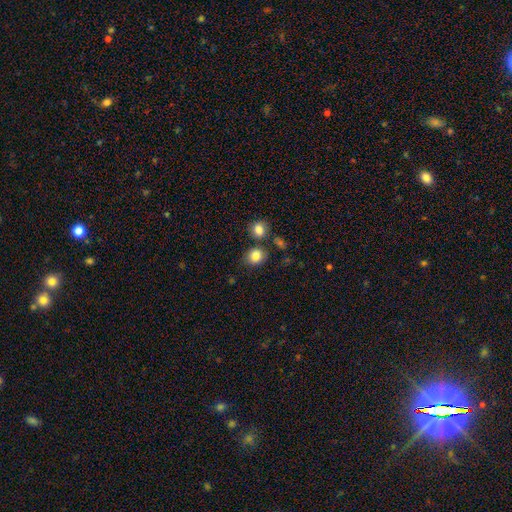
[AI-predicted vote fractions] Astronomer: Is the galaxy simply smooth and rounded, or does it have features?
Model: smooth — 83%.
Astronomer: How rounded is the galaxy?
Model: round — 72%.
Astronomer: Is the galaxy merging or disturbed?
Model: none — 74%.